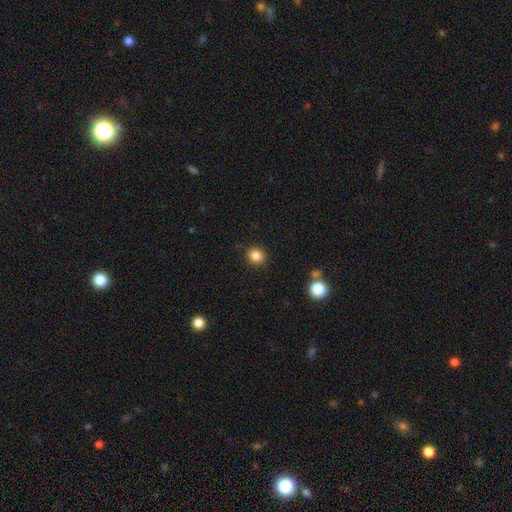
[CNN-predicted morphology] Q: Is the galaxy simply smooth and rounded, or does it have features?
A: smooth — 84%.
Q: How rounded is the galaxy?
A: round — 85%.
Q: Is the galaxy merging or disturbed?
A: none — 90%.